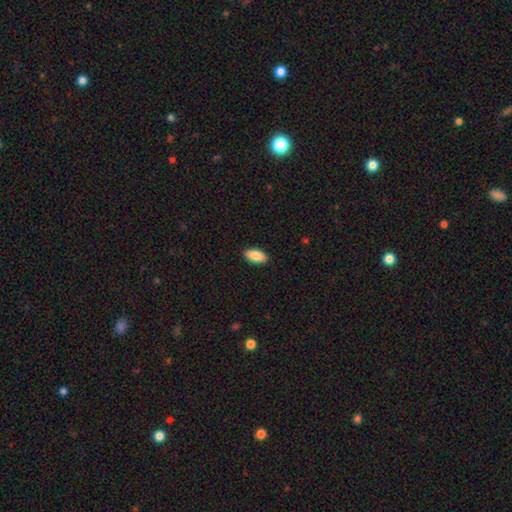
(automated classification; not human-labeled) Smooth or featured? Predicted: smooth (p=0.87). How rounded? Predicted: in between (p=0.92). Merging? Predicted: none (p=0.90).